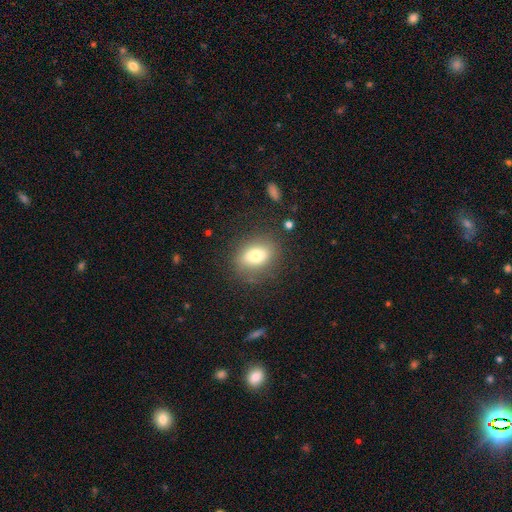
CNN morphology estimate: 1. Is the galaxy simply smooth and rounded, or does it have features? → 74% smooth, 17% featured or disk, 10% star or artifact.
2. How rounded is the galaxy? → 65% in between, 32% round, 3% cigar-shaped.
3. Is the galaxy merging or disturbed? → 79% none, 13% minor disturbance, 6% major disturbance, 2% merger.